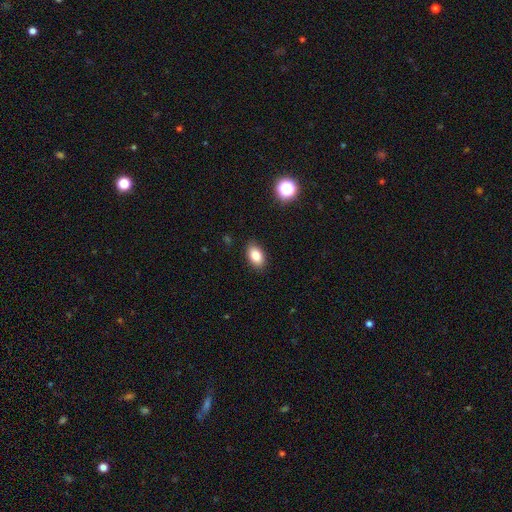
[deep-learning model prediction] This appears to be a smooth galaxy with no disk features (84%) that is in between round and cigar-shaped (89%). Merging: none (87%).